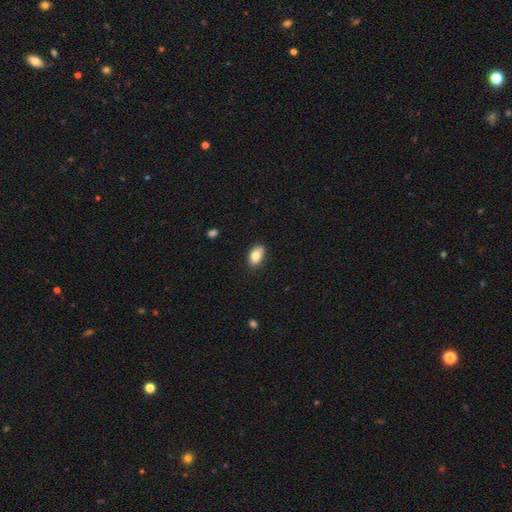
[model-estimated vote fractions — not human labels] This is clearly a smooth galaxy (81%). How rounded: clearly in between (87%). Merging: likely none (74%).